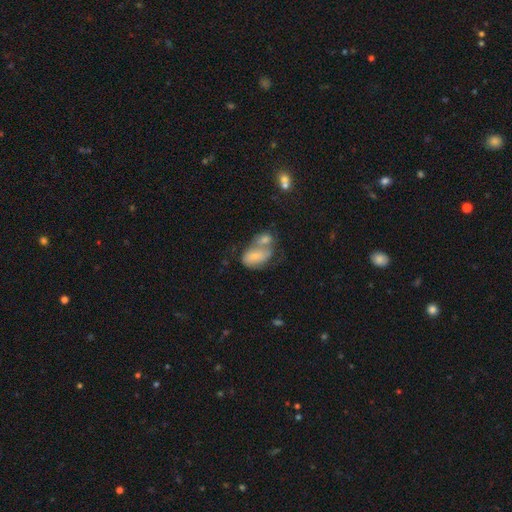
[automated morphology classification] Smooth or featured: smooth — 63% (featured or disk — 30%)
How rounded: in between — 87% (round — 11%)
Merging: merger — 65% (none — 17%)